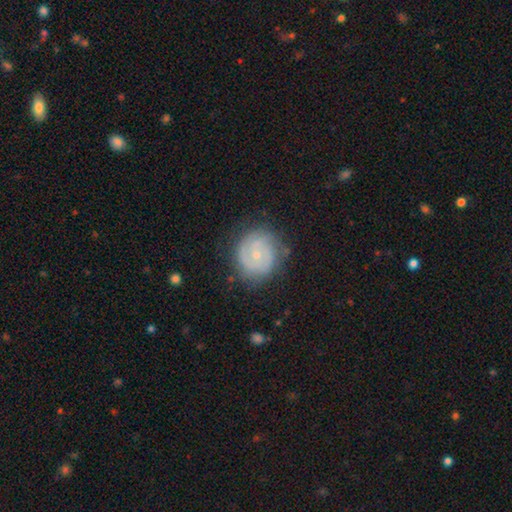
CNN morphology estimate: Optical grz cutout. It shows a featured or disk galaxy (75%) with no bar (66%), 2 (58%) tight (63%) spiral arms (92%) and a small central bulge (73%). Merging: none (78%).